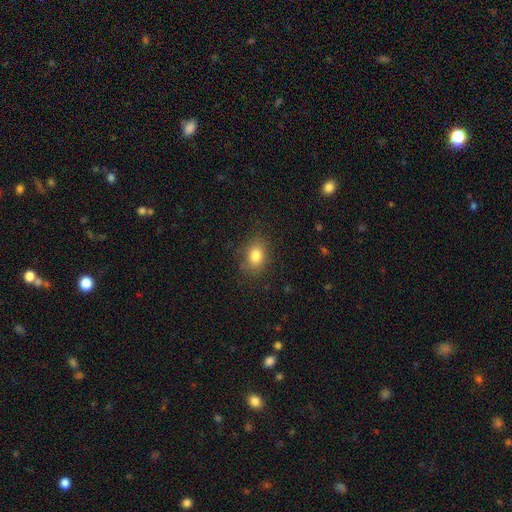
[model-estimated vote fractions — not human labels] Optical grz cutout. It shows a smooth galaxy with no disk features (82%) that is in between round and cigar-shaped (73%). Merging: none (80%).